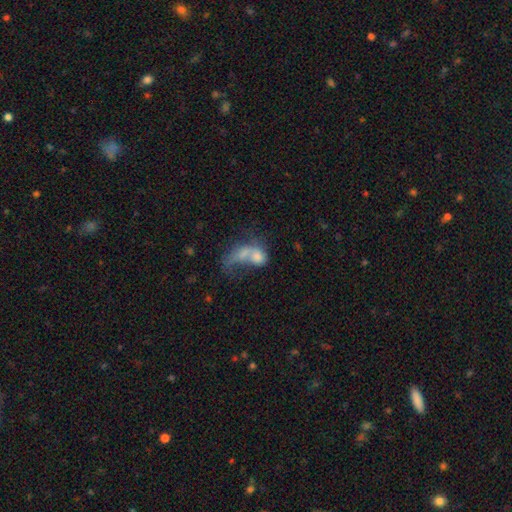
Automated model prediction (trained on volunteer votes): A smooth galaxy with no disk features (56%) that is in between round and cigar-shaped (69%). Merging: merger (56%).